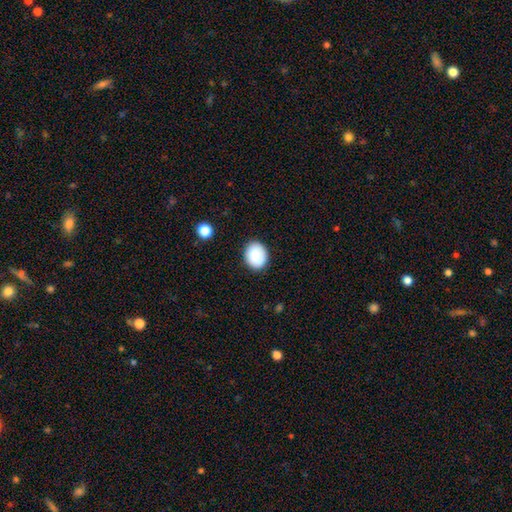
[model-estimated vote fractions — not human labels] Morphology: type=smooth (84%); roundness=round (50%); merging=none (86%).